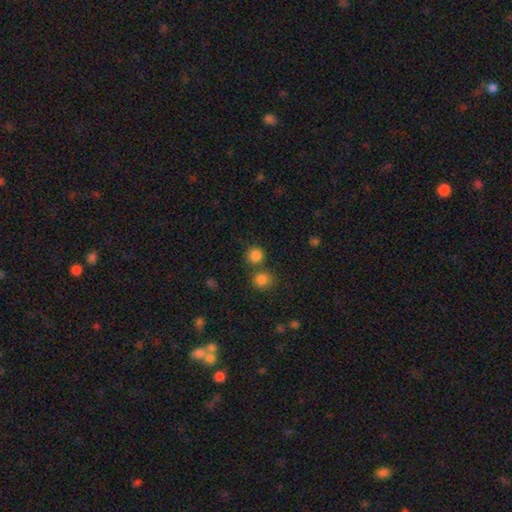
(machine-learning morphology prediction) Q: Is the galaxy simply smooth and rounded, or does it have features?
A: smooth — 83%.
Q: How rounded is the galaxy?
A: round — 90%.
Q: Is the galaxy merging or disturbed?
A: none — 68%.